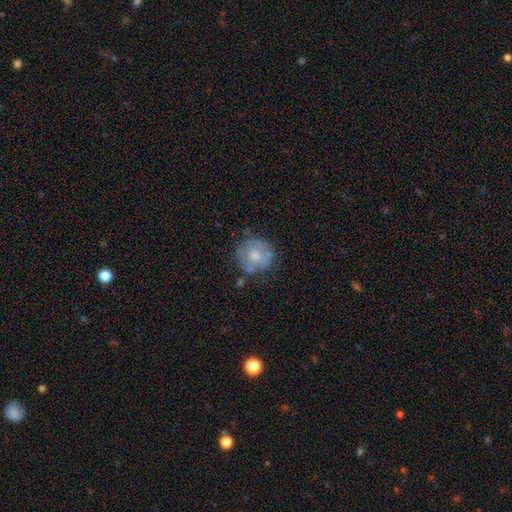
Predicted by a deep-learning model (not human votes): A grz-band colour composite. It shows a featured or disk galaxy (48%). Merging: none (64%).